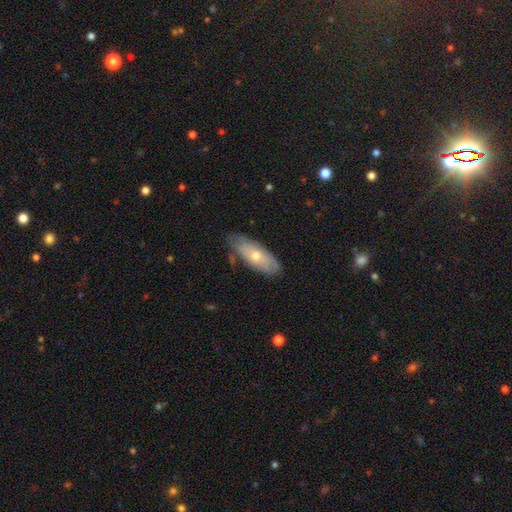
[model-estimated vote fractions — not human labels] Overall: smooth (55%; featured or disk 39%). How rounded: in between (75%). Merging: none (74%).